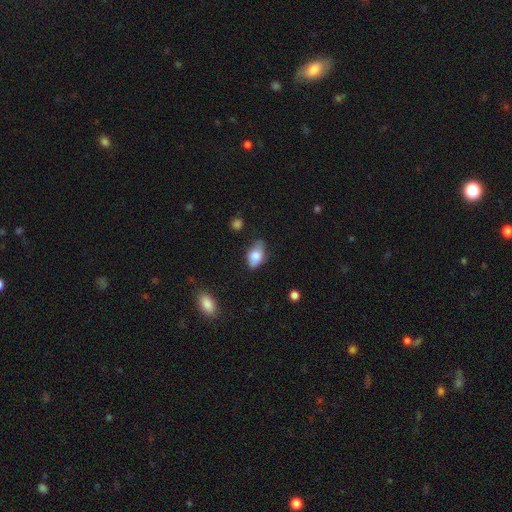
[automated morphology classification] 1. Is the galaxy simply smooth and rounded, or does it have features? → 78% smooth, 14% featured or disk, 7% star or artifact.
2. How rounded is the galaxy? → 89% in between, 8% round, 3% cigar-shaped.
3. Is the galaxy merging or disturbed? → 65% none, 28% minor disturbance, 5% major disturbance, 2% merger.